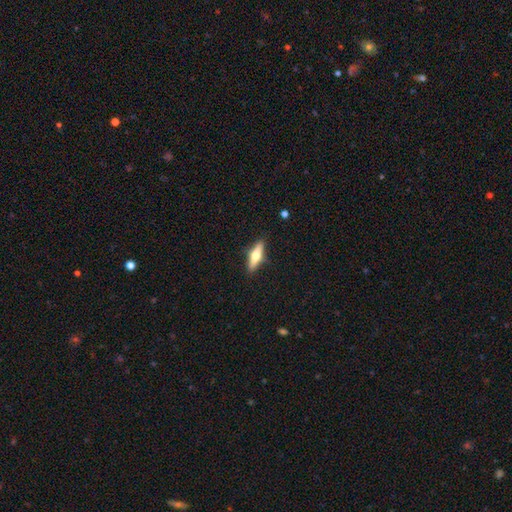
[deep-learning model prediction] smooth_or_featured: featured or disk (p=0.55) [alt: smooth p=0.39]
disk_edge_on: yes (p=0.94) [alt: no p=0.06]
edge_on_bulge: rounded (p=0.95) [alt: boxy p=0.02]
merging: none (p=0.89) [alt: minor disturbance p=0.08]